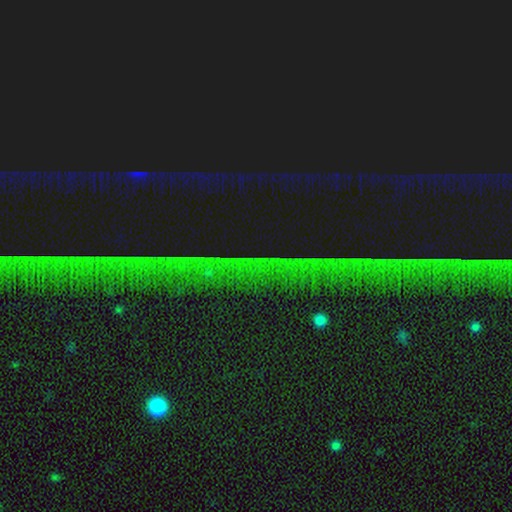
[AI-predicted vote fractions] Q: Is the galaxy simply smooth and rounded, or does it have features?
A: star or artifact — 85%.